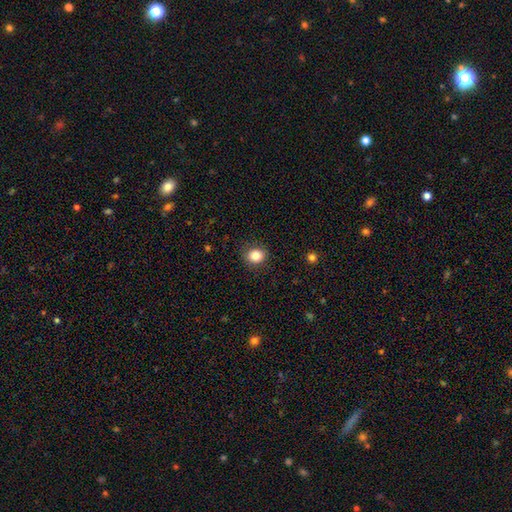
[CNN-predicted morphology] The model was most divided on "how rounded": round: 72%, in between: 27%, cigar-shaped: 1%. More confident: merging — none (88%); smooth or featured — smooth (84%).